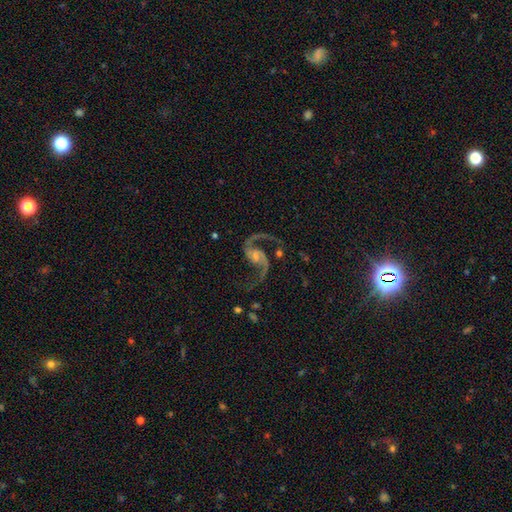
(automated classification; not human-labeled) A featured or disk galaxy (93%) with no bar (51%), 2 (94%) loose (51%) spiral arms (98%) and a small central bulge (56%).

Vote fractions:
- Smooth or featured? featured or disk: 93% / star or artifact: 5% / smooth: 2%
- Edge-on disk? no: 98% / yes: 2%
- Bar? no: 51% / weak: 35% / strong: 14%
- Spiral arms? yes: 98% / no: 2%
- Spiral winding? loose: 51% / medium: 43% / tight: 6%
- Spiral arm count? 2: 94% / 1: 2% / can't tell: 1% / 3: 1% / 4: 1% / more than 4: 1%
- Bulge size? small: 56% / moderate: 31% / none: 8% / large: 4% / dominant: 1%
- Merging? none: 72% / minor disturbance: 14% / major disturbance: 11% / merger: 3%